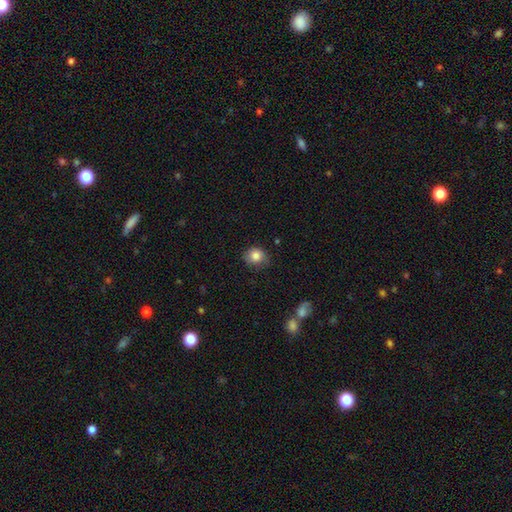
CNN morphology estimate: Smooth or featured?
  - smooth: 83% *
  - star or artifact: 10%
  - featured or disk: 7%
How rounded?
  - round: 76% *
  - in between: 23%
  - cigar-shaped: 1%
Merging?
  - none: 73% *
  - minor disturbance: 21%
  - major disturbance: 4%
  - merger: 2%